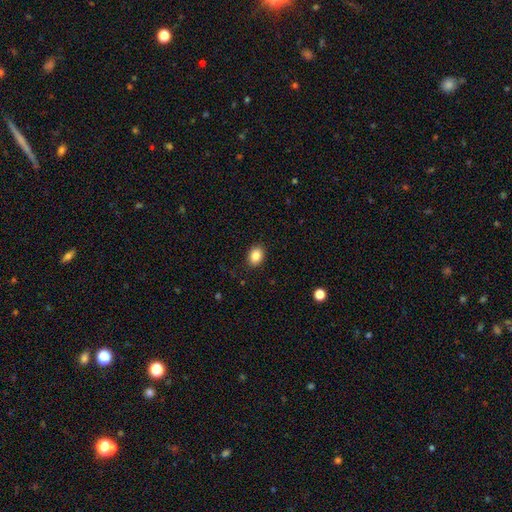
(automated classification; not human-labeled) Smooth or featured: smooth — 85% (star or artifact — 9%)
How rounded: in between — 66% (round — 33%)
Merging: none — 89% (minor disturbance — 8%)